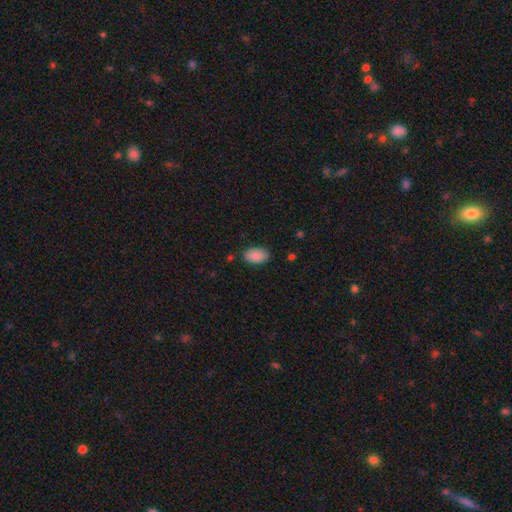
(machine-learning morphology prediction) type=smooth (88%); roundness=in between (92%); merging=none (85%).